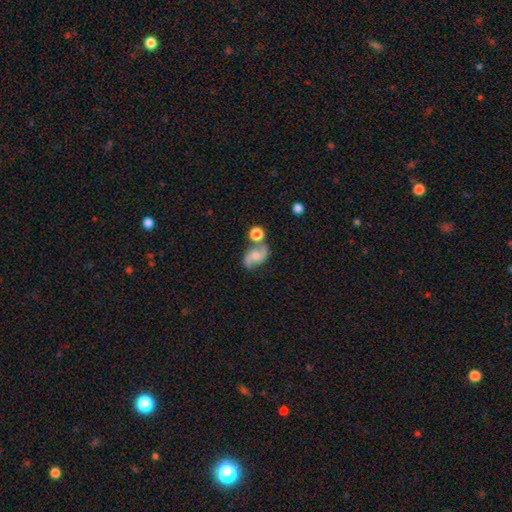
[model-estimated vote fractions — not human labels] Smooth or featured?
  - featured or disk: 74% *
  - smooth: 18%
  - star or artifact: 8%
Edge-on disk?
  - no: 97% *
  - yes: 3%
Bar?
  - no: 58% *
  - weak: 35%
  - strong: 8%
Spiral arms?
  - yes: 94% *
  - no: 6%
Spiral winding?
  - loose: 61% *
  - medium: 32%
  - tight: 7%
Spiral arm count?
  - 2: 93% *
  - can't tell: 3%
  - 1: 2%
  - 3: 1%
  - 4: 1%
  - more than 4: 1%
Bulge size?
  - moderate: 37% *
  - small: 36%
  - none: 18%
  - large: 8%
  - dominant: 2%
Merging?
  - none: 55% *
  - merger: 22%
  - minor disturbance: 16%
  - major disturbance: 7%